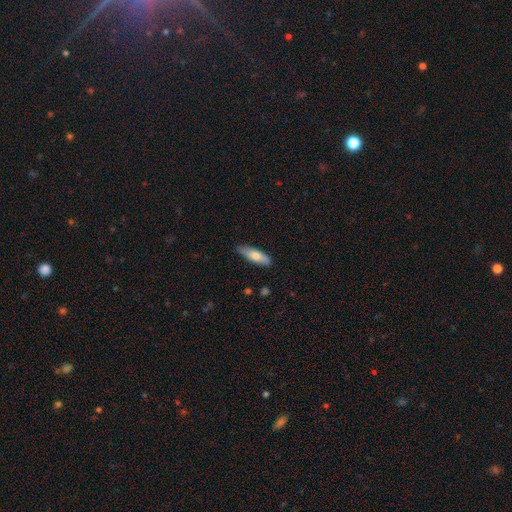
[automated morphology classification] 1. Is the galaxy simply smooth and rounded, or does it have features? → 72% smooth, 23% featured or disk, 6% star or artifact.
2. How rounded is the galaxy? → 52% in between, 46% cigar-shaped, 2% round.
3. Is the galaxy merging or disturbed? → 83% none, 14% minor disturbance, 2% major disturbance, 1% merger.